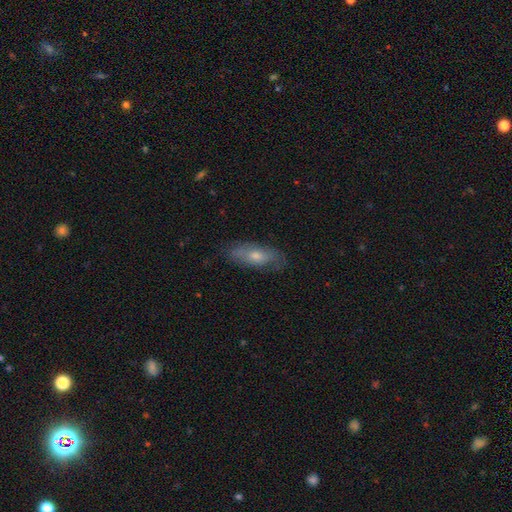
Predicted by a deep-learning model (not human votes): Q: Smooth or featured?
A: smooth (48%); runner-up: featured or disk (44%)
Q: Merging?
A: none (76%); runner-up: minor disturbance (18%)